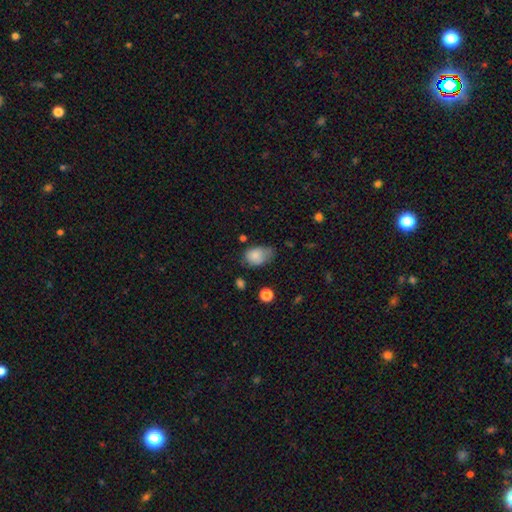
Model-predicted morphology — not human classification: Overall: smooth (81%). How rounded: in between (79%). Merging: none (42%; minor disturbance 41%).